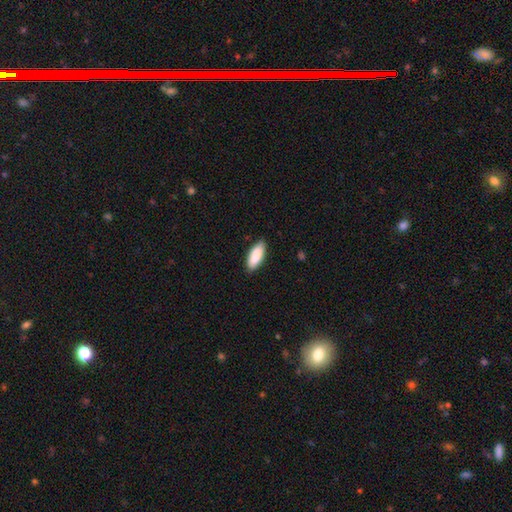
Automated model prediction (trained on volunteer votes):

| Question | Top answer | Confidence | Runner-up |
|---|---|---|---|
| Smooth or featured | smooth | 89% | featured or disk (6%) |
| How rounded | in between | 77% | cigar-shaped (21%) |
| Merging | none | 87% | minor disturbance (10%) |